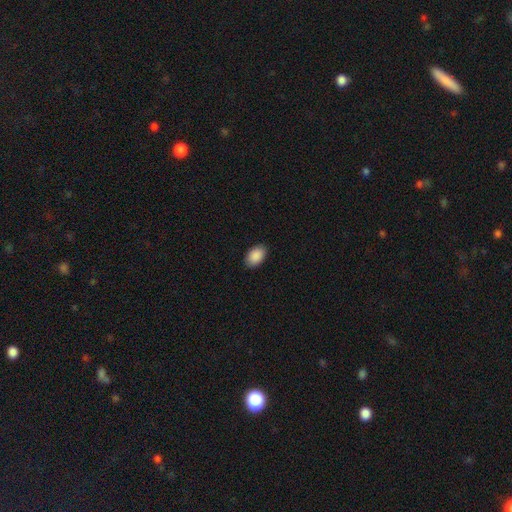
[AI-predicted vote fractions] Smooth or featured? smooth (91%)
How rounded? in between (91%)
Merging? none (89%)